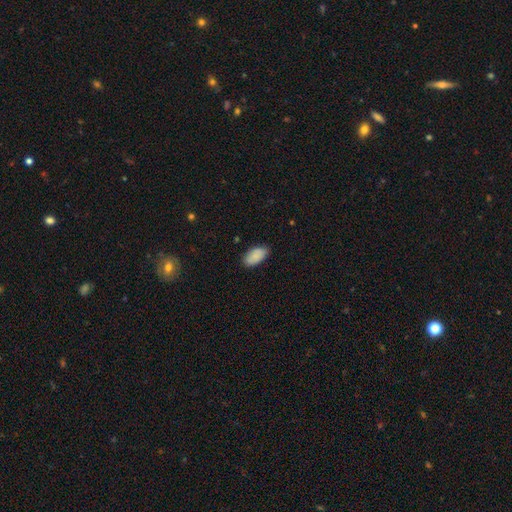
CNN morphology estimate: Overall: smooth (87%). How rounded: in between (95%). Merging: none (80%).